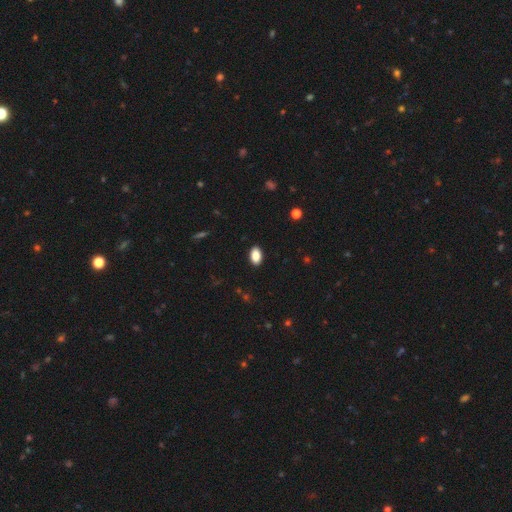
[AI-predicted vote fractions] smooth-or-featured: smooth: 88% | star or artifact: 8% | featured or disk: 4%
  how-rounded: in between: 93% | round: 5% | cigar-shaped: 2%
  merging: none: 90% | minor disturbance: 7% | major disturbance: 2% | merger: 1%